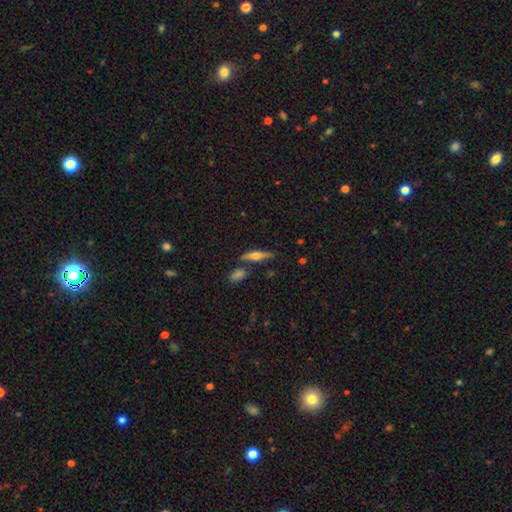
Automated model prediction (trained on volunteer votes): featured or disk 55%, smooth 39%, star or artifact 7%. Down the decision tree: edge-on disk — yes (95%); edge-on bulge — rounded (89%); merging — none (78%).